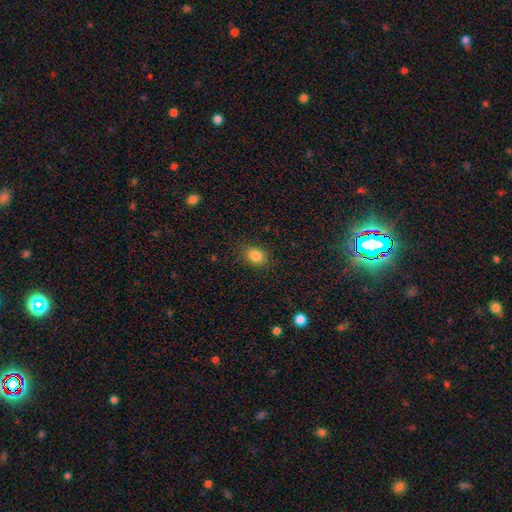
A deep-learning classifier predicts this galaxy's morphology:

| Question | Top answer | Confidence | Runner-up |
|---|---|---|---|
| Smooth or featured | smooth | 85% | star or artifact (10%) |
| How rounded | in between | 62% | round (37%) |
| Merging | none | 85% | minor disturbance (10%) |